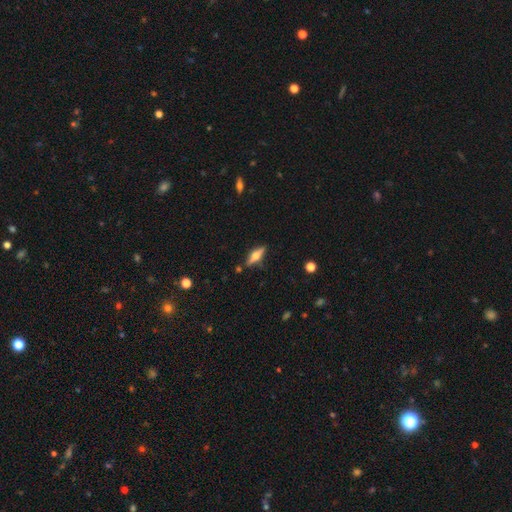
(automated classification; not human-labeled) This is possibly a featured or disk galaxy (56%). It is clearly viewed edge-on (94%). Edge-on bulge: clearly rounded (91%). Merging: clearly none (84%).